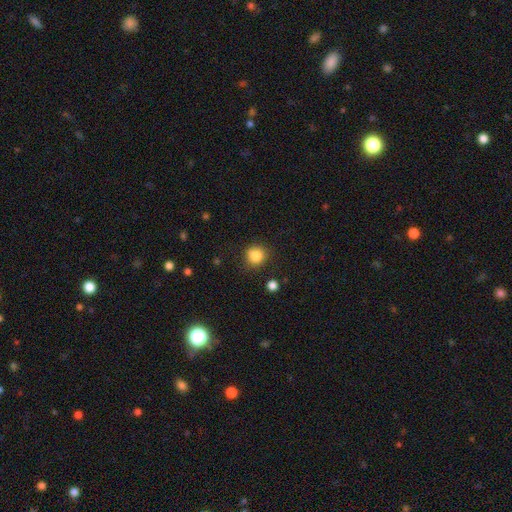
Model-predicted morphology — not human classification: Overall: smooth (85%). How rounded: round (87%). Merging: none (84%).